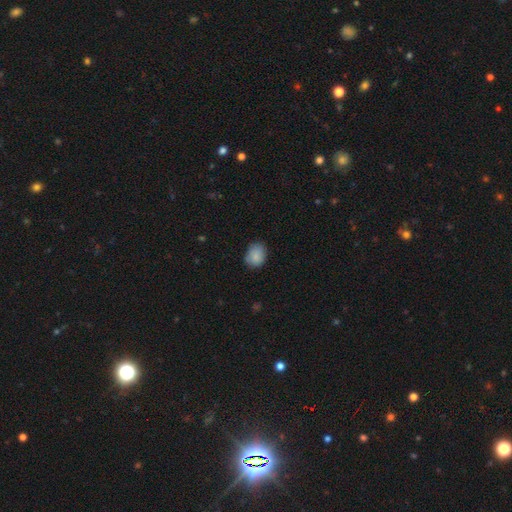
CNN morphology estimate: type=smooth (87%); roundness=in between (57%); merging=none (76%).